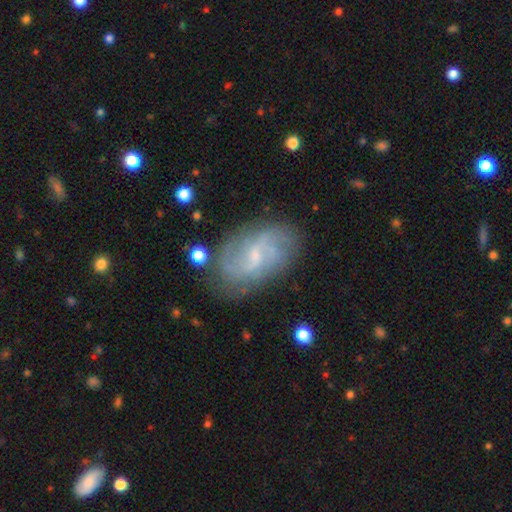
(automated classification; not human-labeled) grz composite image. It shows a featured or disk galaxy (76%) with a weak bar (55%), 2 (40%) medium (40%) spiral arms (90%) and a small central bulge (70%). Merging: none (73%).